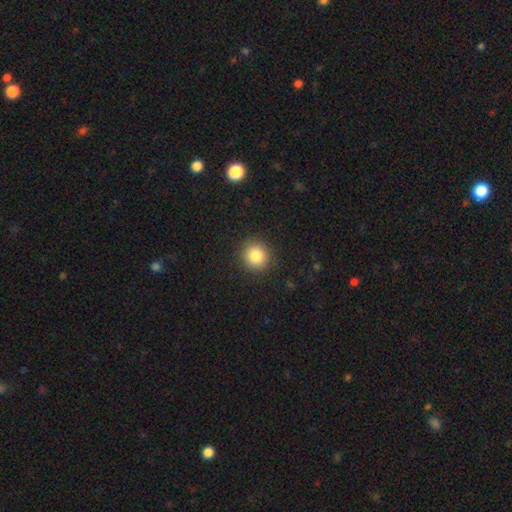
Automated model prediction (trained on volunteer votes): Smooth or featured?
  - smooth: 84% *
  - star or artifact: 10%
  - featured or disk: 6%
How rounded?
  - round: 92% *
  - in between: 7%
  - cigar-shaped: 1%
Merging?
  - none: 91% *
  - minor disturbance: 6%
  - major disturbance: 2%
  - merger: 1%